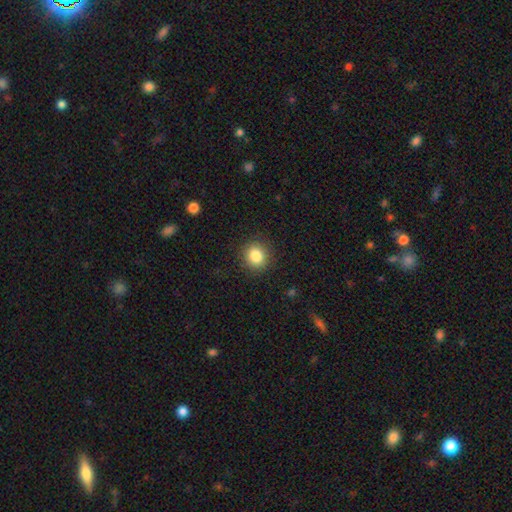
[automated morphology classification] This appears to be a smooth galaxy with no disk features (85%) that is round (85%). Merging: none (89%).